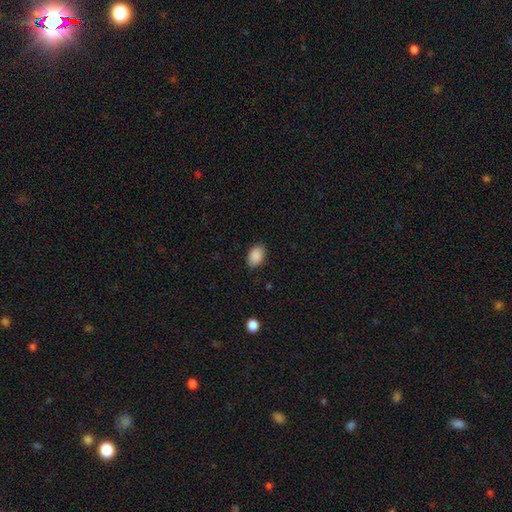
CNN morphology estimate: Q: Smooth or featured?
A: smooth (90%); runner-up: star or artifact (8%)
Q: How rounded?
A: in between (84%); runner-up: round (15%)
Q: Merging?
A: none (85%); runner-up: minor disturbance (11%)